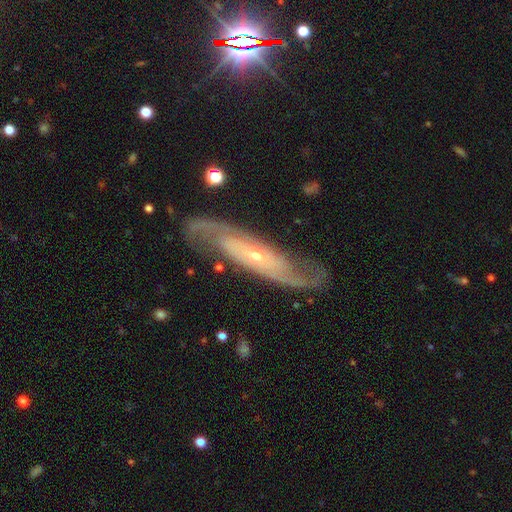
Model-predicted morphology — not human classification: Overall: featured or disk (88%). Edge-on disk: no (84%). Bar: no (60%; weak 26%). Spiral arms: yes (96%). Spiral arm count: 2 (85%). Spiral winding: medium (45%; tight 36%). Bulge size: small (76%). Merging: none (79%).